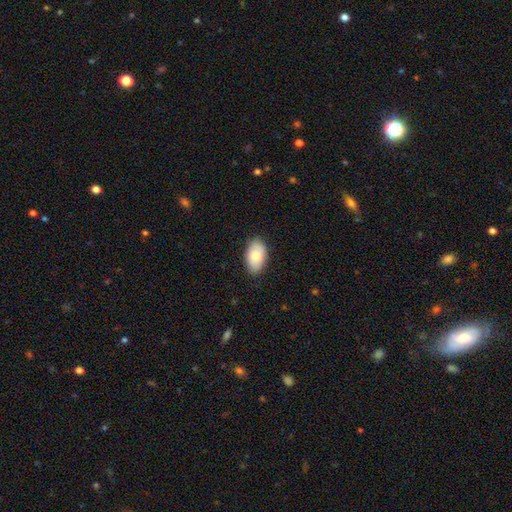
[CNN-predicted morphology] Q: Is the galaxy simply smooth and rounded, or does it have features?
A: smooth — 80%.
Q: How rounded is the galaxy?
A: in between — 94%.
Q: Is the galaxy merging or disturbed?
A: none — 84%.